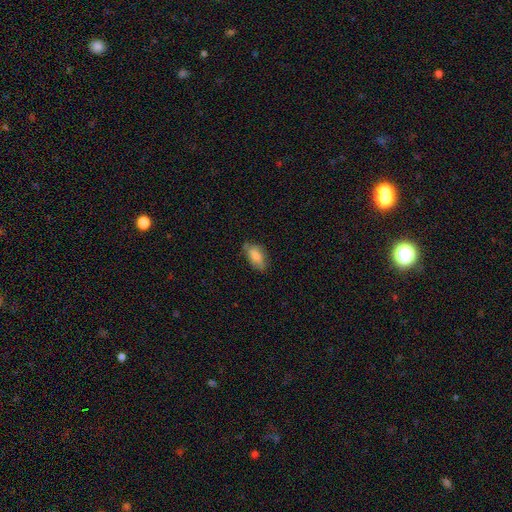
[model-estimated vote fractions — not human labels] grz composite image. It shows a smooth galaxy with no disk features (79%) that is in between round and cigar-shaped (89%). Merging: none (61%).